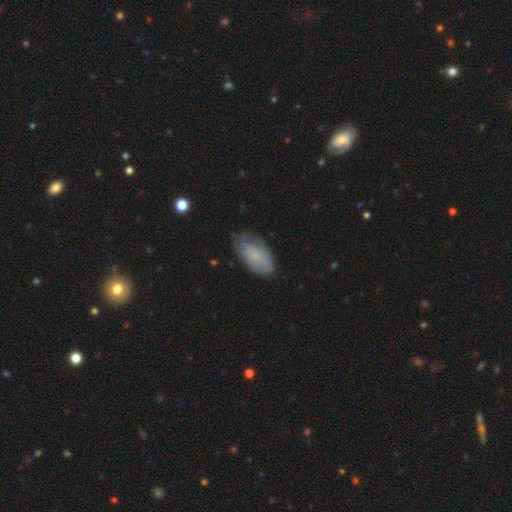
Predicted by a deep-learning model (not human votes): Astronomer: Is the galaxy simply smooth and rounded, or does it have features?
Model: smooth — 60%.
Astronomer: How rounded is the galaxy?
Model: in between — 93%.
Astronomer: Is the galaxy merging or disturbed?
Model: none — 59%.